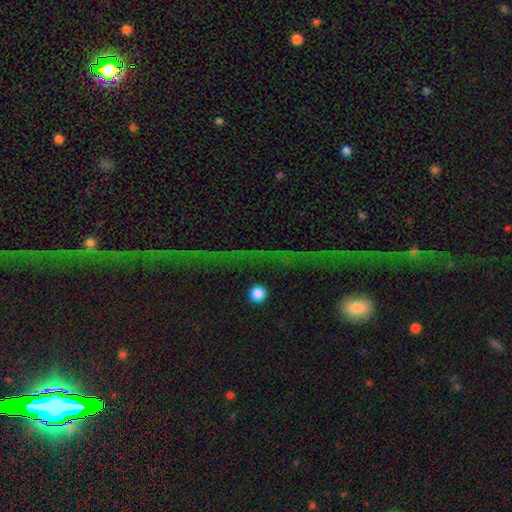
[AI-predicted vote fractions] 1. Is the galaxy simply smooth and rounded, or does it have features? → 70% star or artifact, 16% featured or disk, 14% smooth.